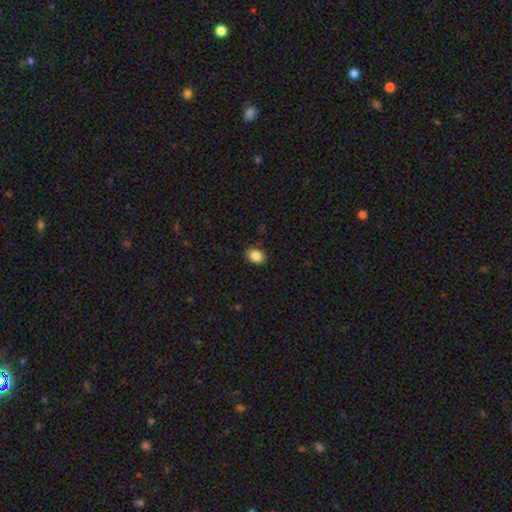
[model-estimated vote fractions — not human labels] A smooth galaxy with no disk features (87%) that is in between round and cigar-shaped (63%). Merging: none (88%).